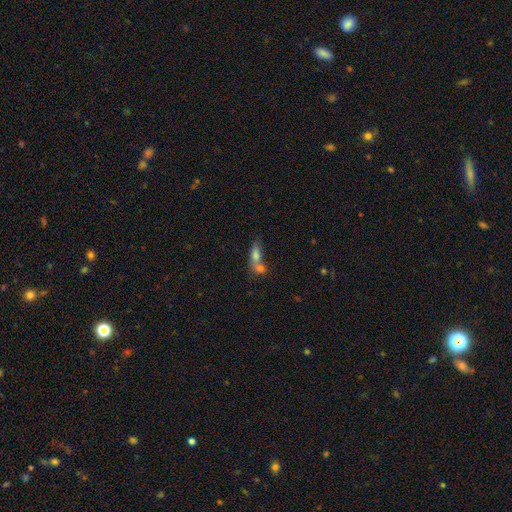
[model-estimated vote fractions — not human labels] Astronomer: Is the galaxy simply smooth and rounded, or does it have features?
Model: smooth — 71%.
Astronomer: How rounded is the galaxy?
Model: in between — 68%.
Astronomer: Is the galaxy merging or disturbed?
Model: merger — 61%.